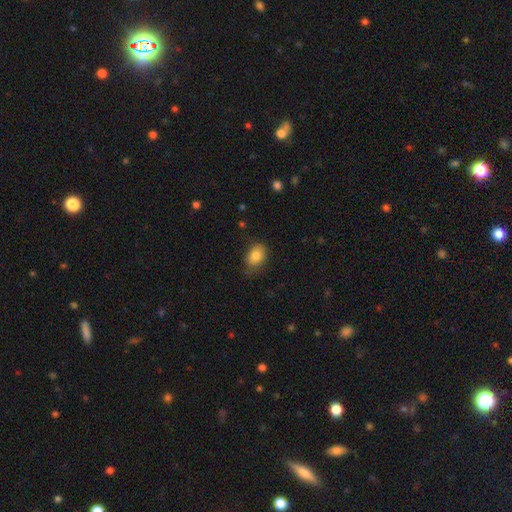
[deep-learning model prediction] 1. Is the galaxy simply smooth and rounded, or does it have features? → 82% smooth, 9% featured or disk, 9% star or artifact.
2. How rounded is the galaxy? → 72% in between, 27% round, 1% cigar-shaped.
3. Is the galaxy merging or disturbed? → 70% none, 23% minor disturbance, 6% major disturbance, 1% merger.